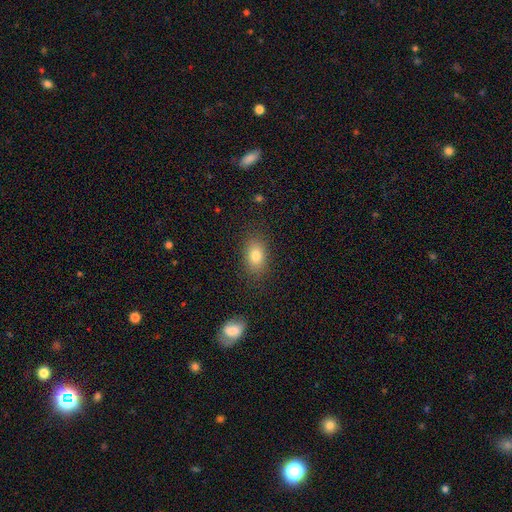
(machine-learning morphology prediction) Smooth or featured: smooth — 79% (star or artifact — 11%)
How rounded: in between — 79% (round — 19%)
Merging: none — 85% (minor disturbance — 10%)